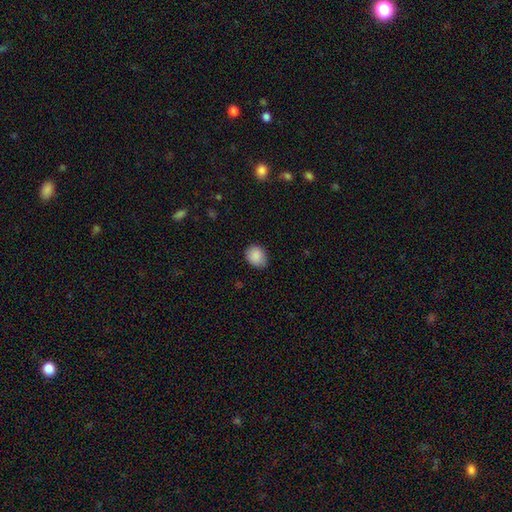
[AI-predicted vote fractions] Q: Smooth or featured?
A: smooth (88%); runner-up: star or artifact (8%)
Q: How rounded?
A: round (56%); runner-up: in between (44%)
Q: Merging?
A: none (81%); runner-up: minor disturbance (15%)